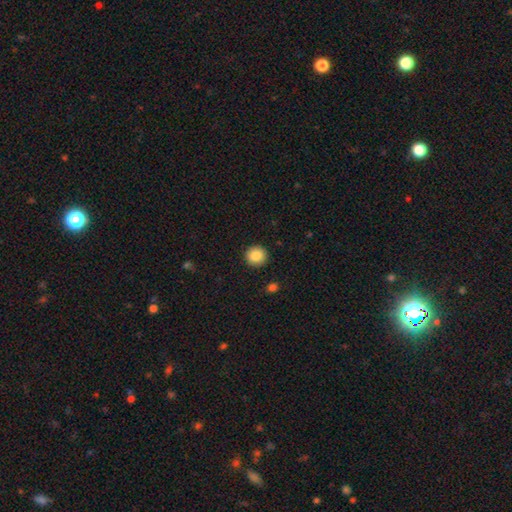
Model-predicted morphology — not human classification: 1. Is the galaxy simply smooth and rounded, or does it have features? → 86% smooth, 9% star or artifact, 5% featured or disk.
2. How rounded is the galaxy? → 93% round, 6% in between, 1% cigar-shaped.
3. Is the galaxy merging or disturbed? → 92% none, 5% minor disturbance, 2% major disturbance, 1% merger.